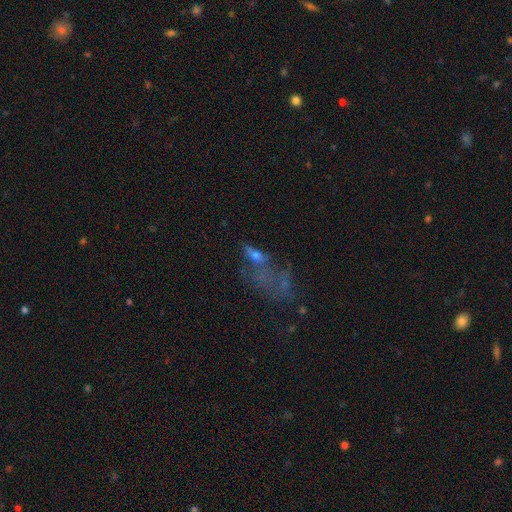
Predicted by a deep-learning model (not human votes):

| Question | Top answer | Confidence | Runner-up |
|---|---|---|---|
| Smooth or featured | smooth | 46% | featured or disk (33%) |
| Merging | major disturbance | 42% | none (24%) |